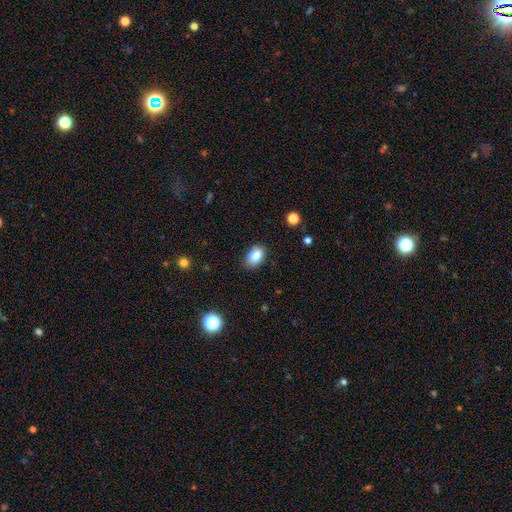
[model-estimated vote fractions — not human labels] Overall: smooth (86%). How rounded: in between (87%). Merging: none (83%).